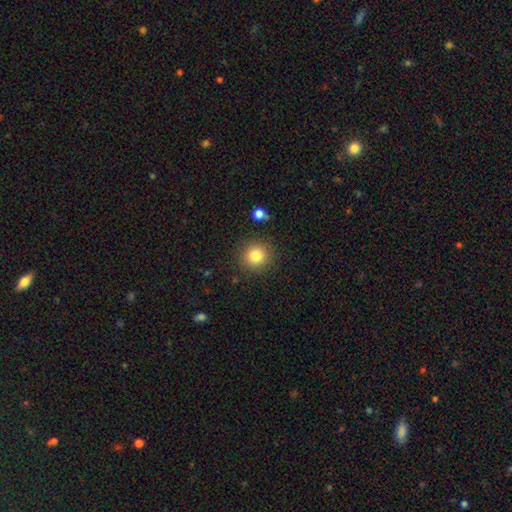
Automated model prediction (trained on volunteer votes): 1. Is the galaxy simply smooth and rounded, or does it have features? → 82% smooth, 11% star or artifact, 7% featured or disk.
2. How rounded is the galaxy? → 90% round, 9% in between, 1% cigar-shaped.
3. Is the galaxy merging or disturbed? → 87% none, 8% minor disturbance, 3% major disturbance, 2% merger.